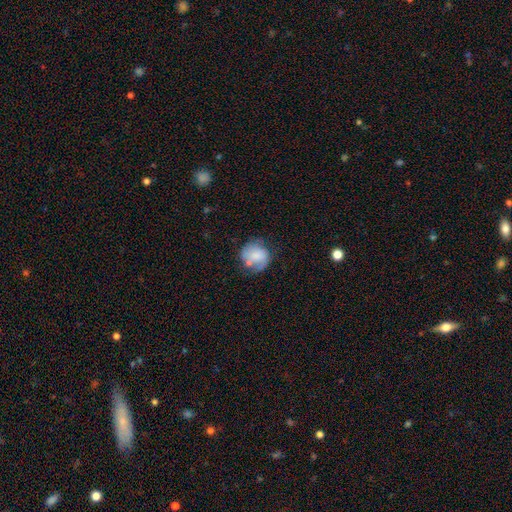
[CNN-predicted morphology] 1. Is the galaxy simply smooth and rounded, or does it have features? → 61% smooth, 31% featured or disk, 8% star or artifact.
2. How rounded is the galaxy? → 78% round, 21% in between, 1% cigar-shaped.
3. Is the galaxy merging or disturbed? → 50% none, 27% minor disturbance, 15% major disturbance, 9% merger.